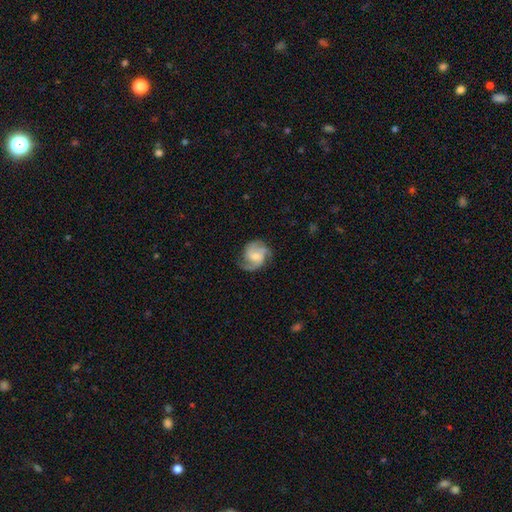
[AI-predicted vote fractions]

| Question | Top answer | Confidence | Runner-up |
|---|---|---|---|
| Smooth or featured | featured or disk | 81% | smooth (13%) |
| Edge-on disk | no | 98% | yes (2%) |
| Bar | no | 47% | weak (43%) |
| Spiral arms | yes | 96% | no (4%) |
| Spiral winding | medium | 52% | tight (28%) |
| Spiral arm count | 2 | 48% | 3 (33%) |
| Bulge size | moderate | 43% | small (37%) |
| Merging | none | 71% | minor disturbance (18%) |